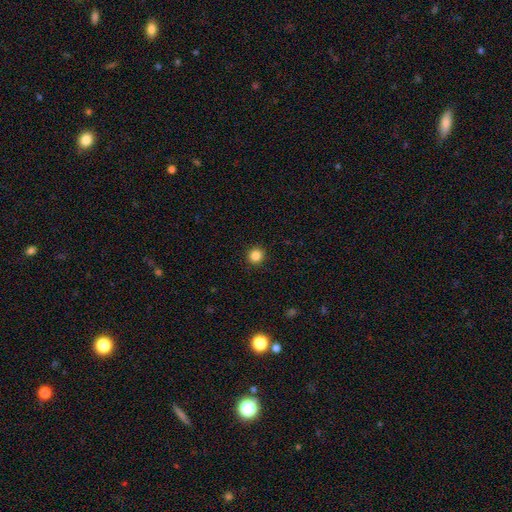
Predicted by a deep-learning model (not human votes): Q: Smooth or featured?
A: smooth (85%); runner-up: star or artifact (11%)
Q: How rounded?
A: round (94%); runner-up: in between (5%)
Q: Merging?
A: none (93%); runner-up: minor disturbance (5%)